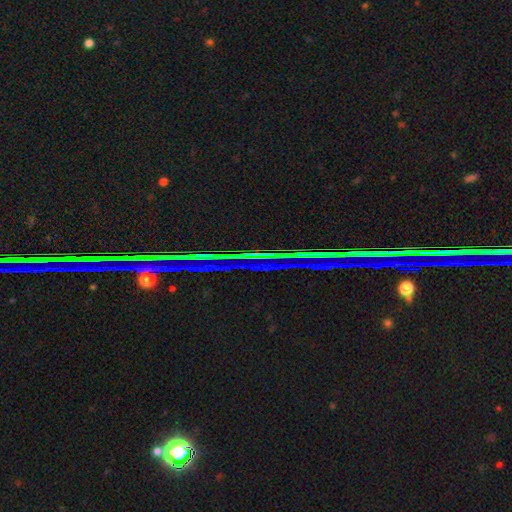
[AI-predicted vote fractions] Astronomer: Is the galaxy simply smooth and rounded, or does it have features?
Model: star or artifact — 86%.